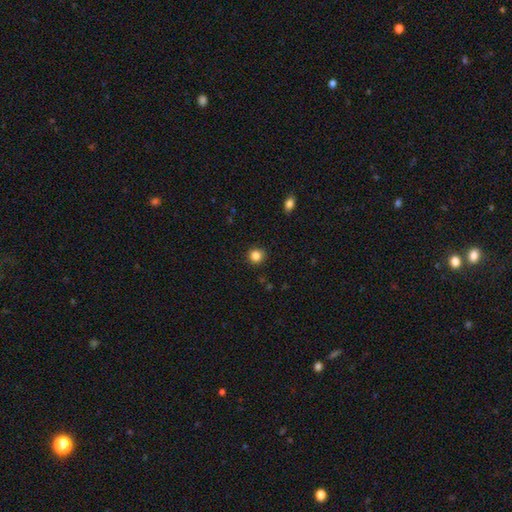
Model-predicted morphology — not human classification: smooth_or_featured: smooth (p=0.84) [alt: star or artifact p=0.12]
how_rounded: round (p=0.91) [alt: in between p=0.08]
merging: none (p=0.90) [alt: minor disturbance p=0.07]